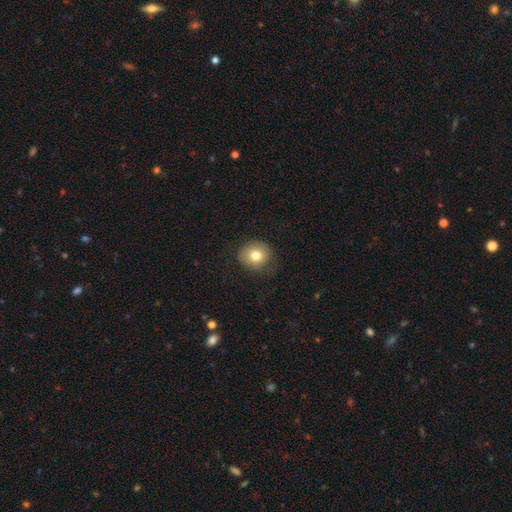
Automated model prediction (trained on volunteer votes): Morphology: type=smooth (76%); roundness=round (80%); merging=none (79%).